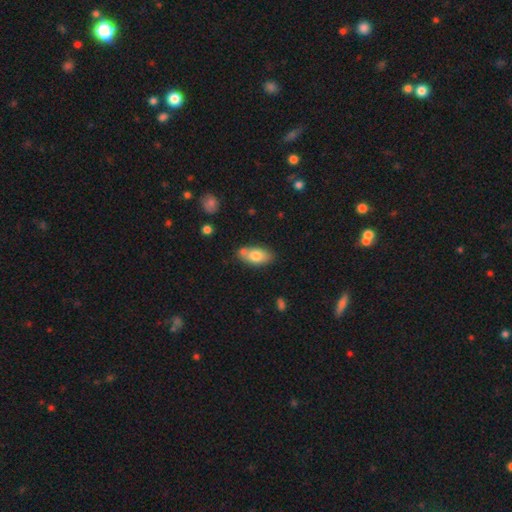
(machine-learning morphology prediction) smooth 76%, featured or disk 16%, star or artifact 7%. Down the decision tree: how rounded — in between (90%); merging — none (66%).